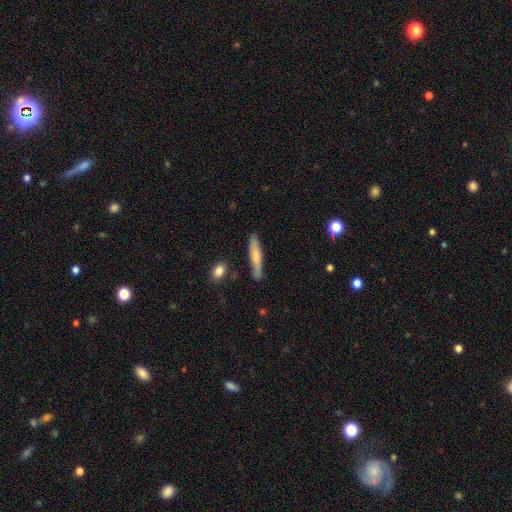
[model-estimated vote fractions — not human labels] A smooth galaxy with no disk features (69%) that is cigar-shaped (88%).

Vote fractions:
- Smooth or featured? smooth: 69% / featured or disk: 25% / star or artifact: 6%
- How rounded? cigar-shaped: 88% / in between: 10% / round: 2%
- Merging? none: 80% / minor disturbance: 14% / major disturbance: 3% / merger: 3%